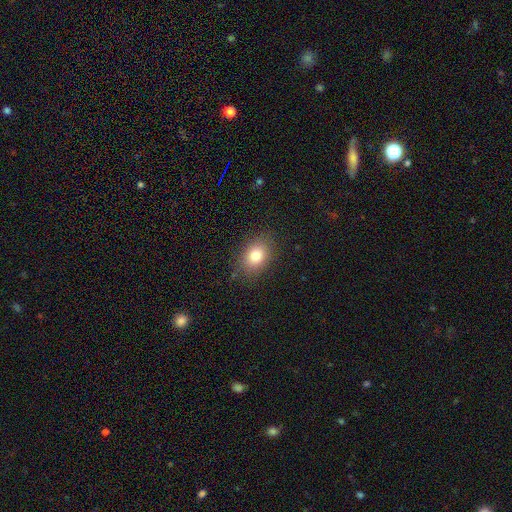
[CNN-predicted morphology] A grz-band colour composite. It shows a smooth galaxy with no disk features (80%) that is in between round and cigar-shaped (71%). Merging: none (84%).